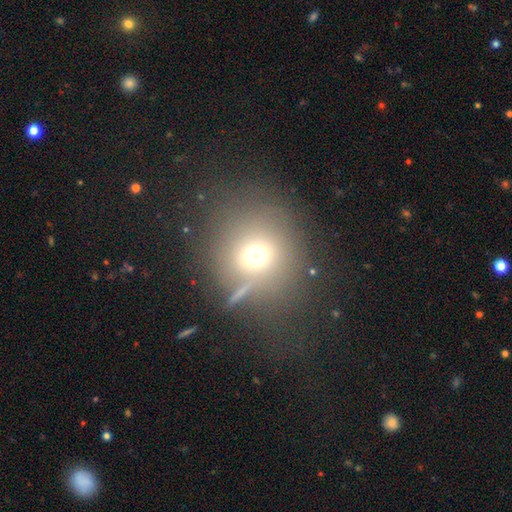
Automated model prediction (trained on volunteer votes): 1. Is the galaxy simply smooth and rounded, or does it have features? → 64% smooth, 20% star or artifact, 16% featured or disk.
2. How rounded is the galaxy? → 85% round, 13% in between, 1% cigar-shaped.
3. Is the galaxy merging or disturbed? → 68% none, 13% minor disturbance, 10% merger, 9% major disturbance.